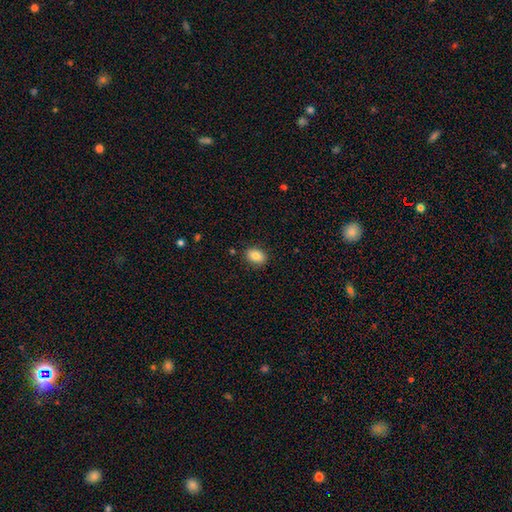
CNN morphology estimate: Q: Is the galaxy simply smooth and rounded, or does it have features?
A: smooth — 83%.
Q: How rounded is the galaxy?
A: in between — 70%.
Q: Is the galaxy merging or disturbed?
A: none — 86%.